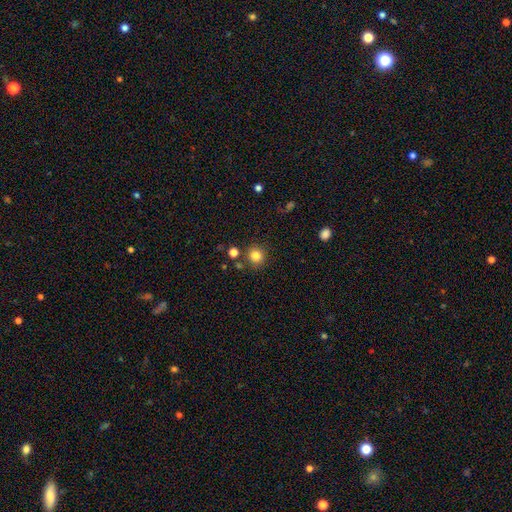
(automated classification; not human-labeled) The model was most divided on "smooth or featured": smooth: 83%, star or artifact: 12%, featured or disk: 6%. More confident: how rounded — round (92%); merging — none (83%).